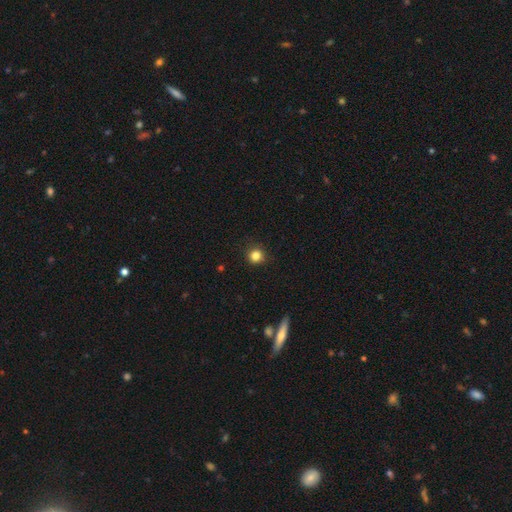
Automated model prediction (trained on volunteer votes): Smooth or featured?
  - smooth: 84% *
  - star or artifact: 12%
  - featured or disk: 4%
How rounded?
  - round: 92% *
  - in between: 7%
  - cigar-shaped: 1%
Merging?
  - none: 89% *
  - minor disturbance: 8%
  - major disturbance: 2%
  - merger: 1%